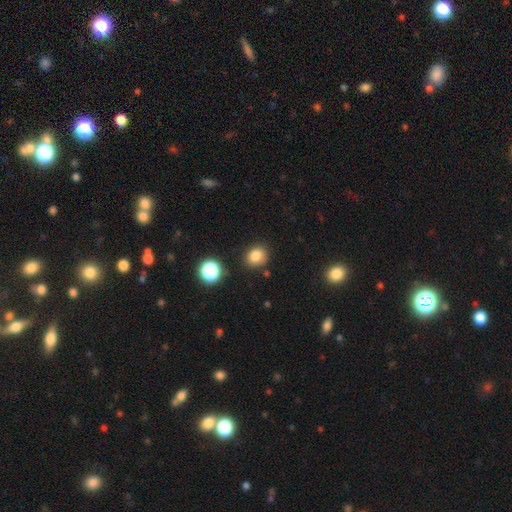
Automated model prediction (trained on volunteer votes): smooth_or_featured: smooth (p=0.81) [alt: star or artifact p=0.13]
how_rounded: round (p=0.66) [alt: in between p=0.33]
merging: none (p=0.80) [alt: minor disturbance p=0.14]